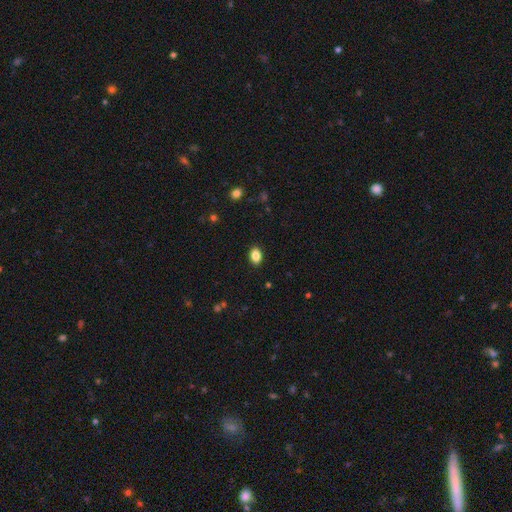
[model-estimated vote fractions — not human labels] smooth_or_featured: smooth (p=0.87) [alt: star or artifact p=0.09]
how_rounded: in between (p=0.82) [alt: round p=0.17]
merging: none (p=0.89) [alt: minor disturbance p=0.08]